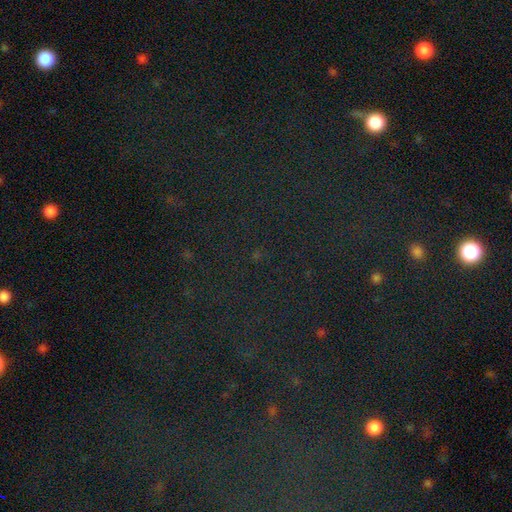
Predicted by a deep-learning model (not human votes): Q: Smooth or featured?
A: star or artifact (79%); runner-up: smooth (12%)